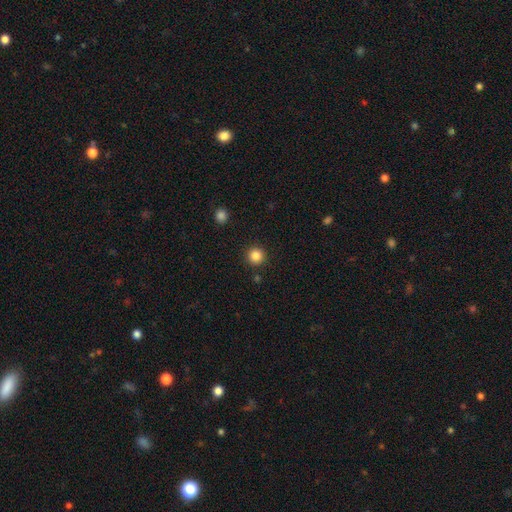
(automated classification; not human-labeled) smooth 85%, star or artifact 11%, featured or disk 4%. Down the decision tree: how rounded — round (96%); merging — none (92%).